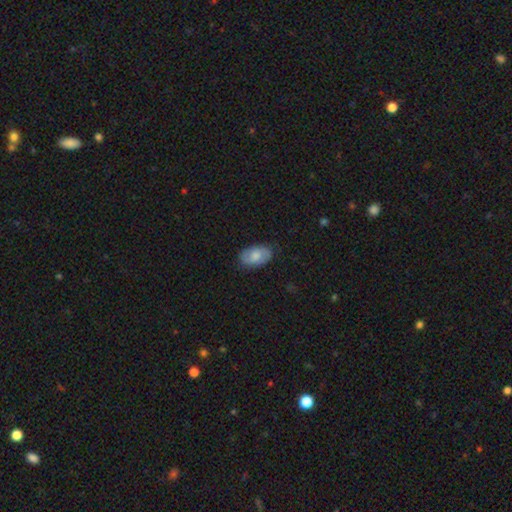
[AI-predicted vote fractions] Q: Smooth or featured?
A: smooth (59%); runner-up: featured or disk (35%)
Q: How rounded?
A: in between (92%); runner-up: round (6%)
Q: Merging?
A: none (80%); runner-up: minor disturbance (15%)